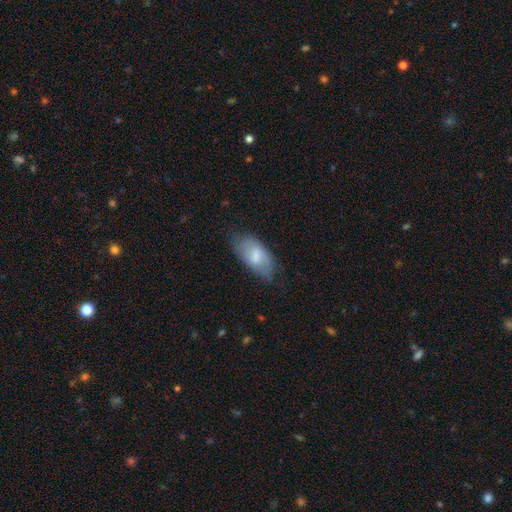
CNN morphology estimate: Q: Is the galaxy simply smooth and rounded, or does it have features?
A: smooth — 69%.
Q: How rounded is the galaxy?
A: in between — 92%.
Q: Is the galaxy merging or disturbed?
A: none — 68%.